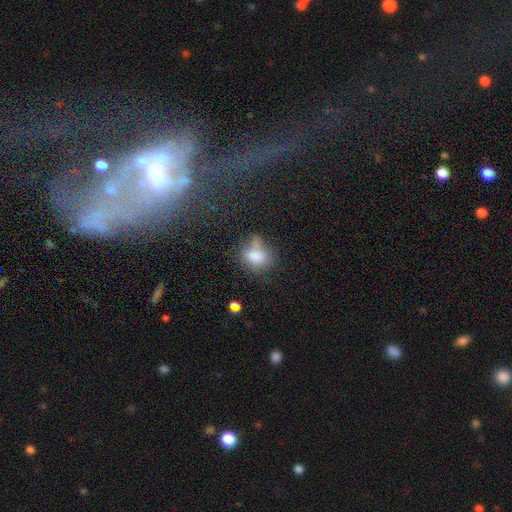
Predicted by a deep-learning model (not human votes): Morphology: type=smooth (77%); roundness=in between (54%); merging=none (40%).